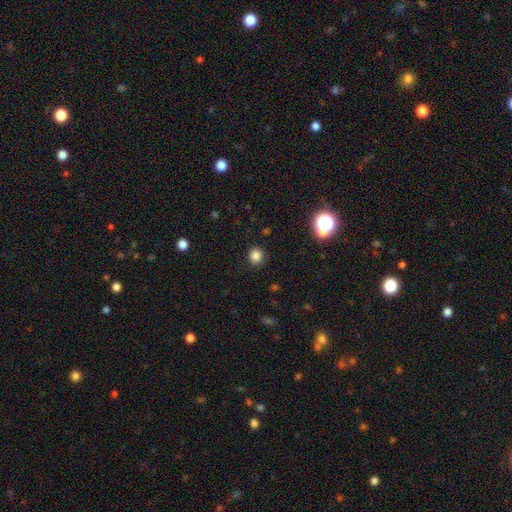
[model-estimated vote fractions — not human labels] Q: Smooth or featured?
A: smooth (83%); runner-up: star or artifact (13%)
Q: How rounded?
A: round (87%); runner-up: in between (12%)
Q: Merging?
A: none (90%); runner-up: minor disturbance (7%)